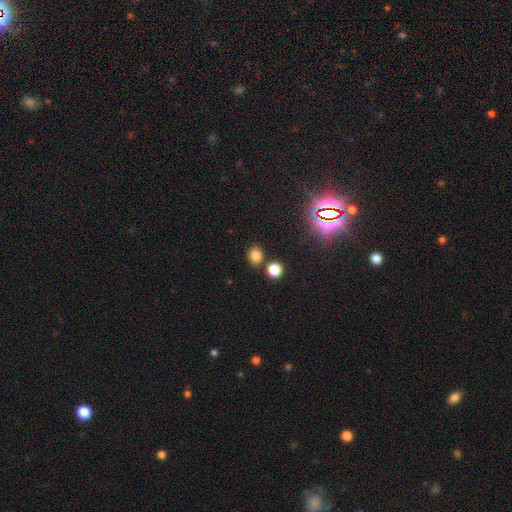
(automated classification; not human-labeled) Overall: smooth (77%). How rounded: round (56%; in between 42%). Merging: none (78%).